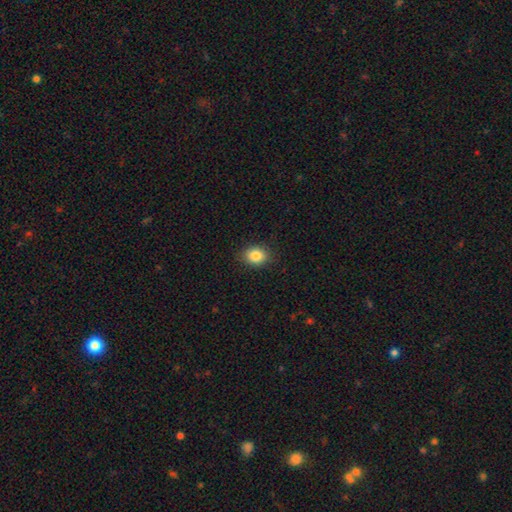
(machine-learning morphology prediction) Q: Smooth or featured?
A: smooth (85%); runner-up: star or artifact (9%)
Q: How rounded?
A: in between (50%); runner-up: round (49%)
Q: Merging?
A: none (87%); runner-up: minor disturbance (10%)